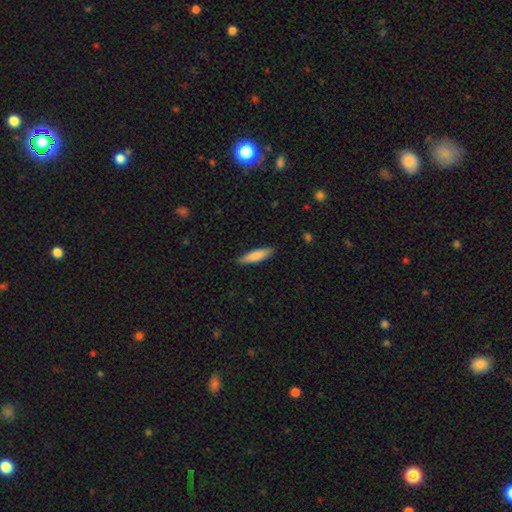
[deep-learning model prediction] This appears to be a smooth galaxy with no disk features (81%) that is cigar-shaped (68%). Merging: none (87%).